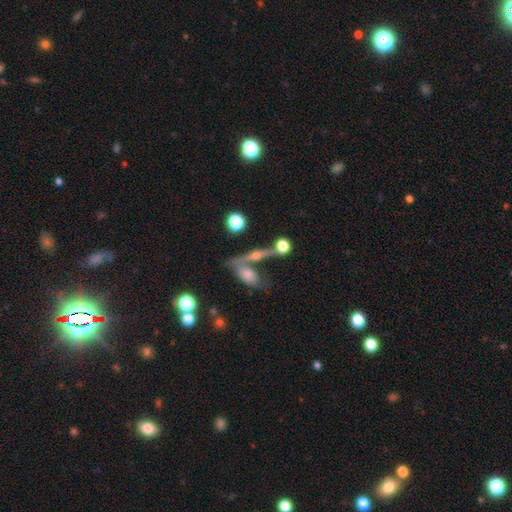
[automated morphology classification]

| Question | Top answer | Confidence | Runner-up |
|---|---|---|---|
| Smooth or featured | featured or disk | 39% | smooth (36%) |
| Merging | none | 39% | merger (36%) |